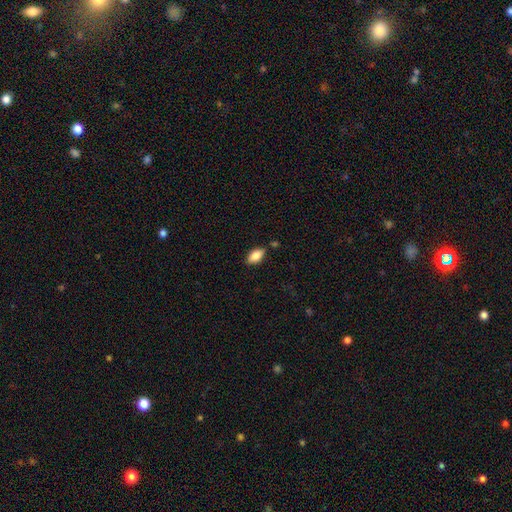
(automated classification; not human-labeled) smooth 85%, featured or disk 8%, star or artifact 7%. Down the decision tree: how rounded — in between (92%); merging — none (81%).